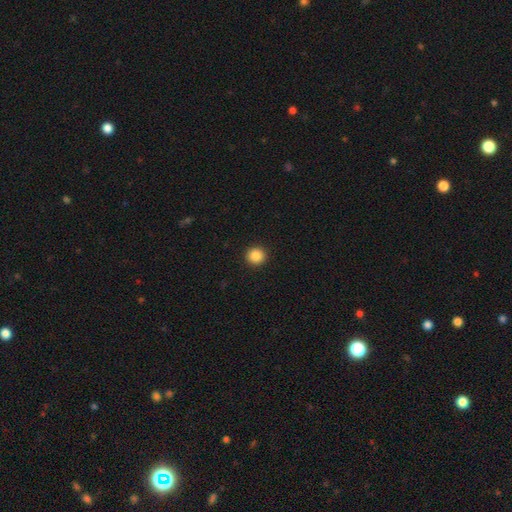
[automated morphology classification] smooth 86%, star or artifact 10%, featured or disk 4%. Down the decision tree: how rounded — round (94%); merging — none (93%).